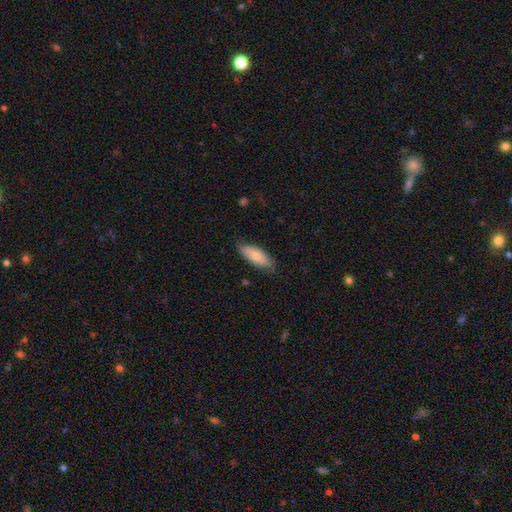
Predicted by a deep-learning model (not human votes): Overall: smooth (77%). How rounded: in between (74%). Merging: none (79%).